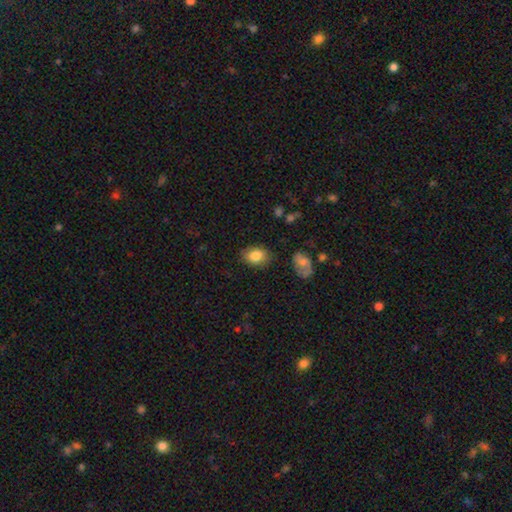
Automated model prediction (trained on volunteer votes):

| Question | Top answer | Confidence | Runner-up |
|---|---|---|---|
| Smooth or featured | smooth | 82% | featured or disk (10%) |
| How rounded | in between | 73% | round (26%) |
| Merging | none | 79% | minor disturbance (15%) |